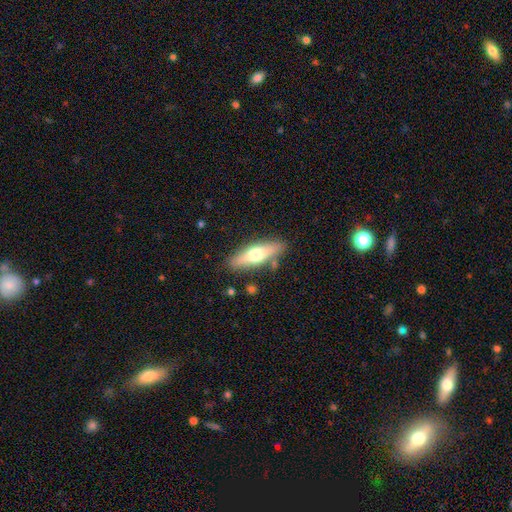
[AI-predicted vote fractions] Smooth or featured? smooth (49%)
Merging? none (84%)